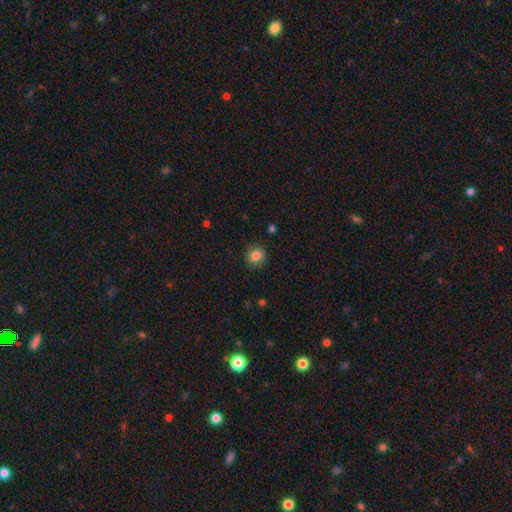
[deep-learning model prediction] A smooth galaxy with no disk features (84%) that is round (80%). Merging: none (87%).